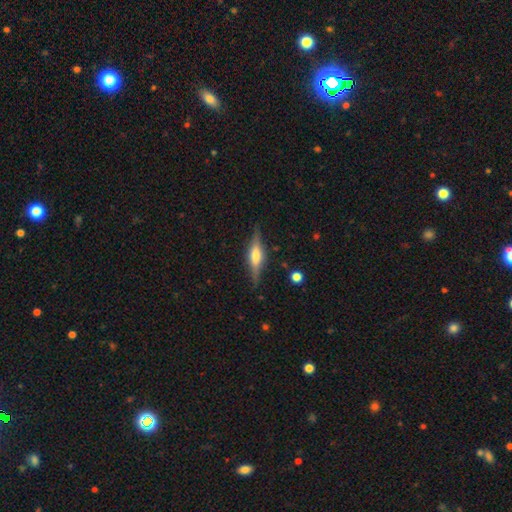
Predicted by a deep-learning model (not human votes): Morphology: type=featured or disk (67%); edge-on=yes (96%); edge-on bulge=rounded (71%); merging=none (84%).